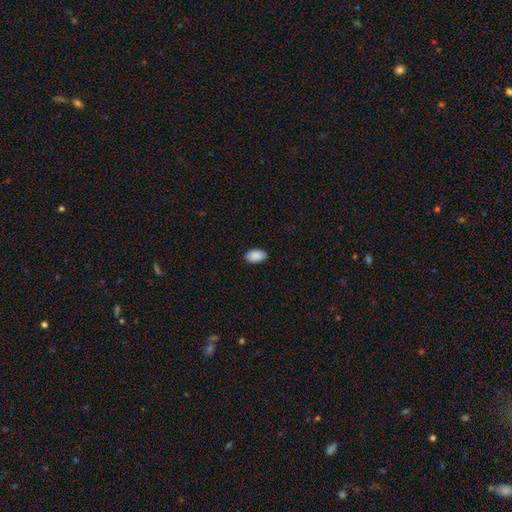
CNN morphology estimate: The model was most divided on "merging": none: 88%, minor disturbance: 9%, major disturbance: 2%, merger: 1%. More confident: how rounded — in between (92%); smooth or featured — smooth (90%).